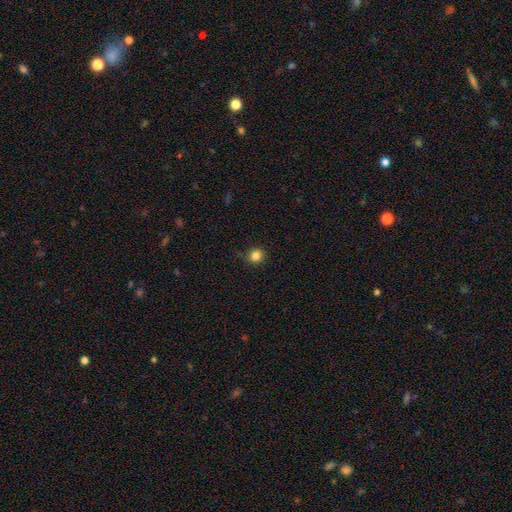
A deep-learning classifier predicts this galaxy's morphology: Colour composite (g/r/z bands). It shows a smooth galaxy with no disk features (84%) that is round (88%). Merging: none (87%).